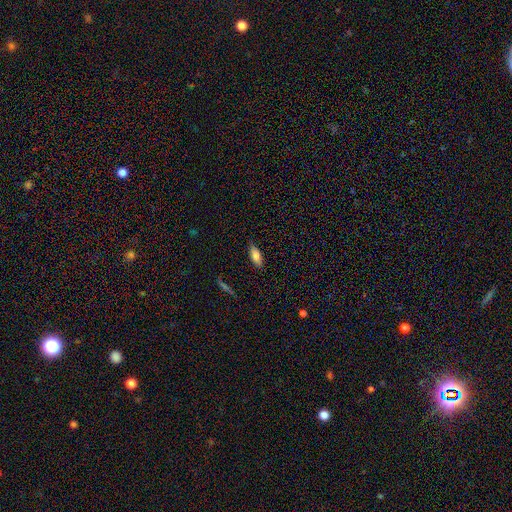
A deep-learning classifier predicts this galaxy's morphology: This is likely a smooth galaxy (79%). How rounded: likely in between (78%). Merging: clearly none (82%).